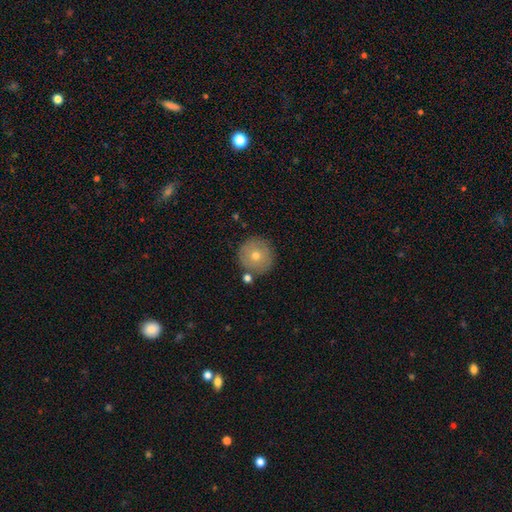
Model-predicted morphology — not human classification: smooth_or_featured: smooth (p=0.62) [alt: featured or disk p=0.28]
how_rounded: round (p=0.95) [alt: in between p=0.04]
merging: none (p=0.84) [alt: minor disturbance p=0.09]